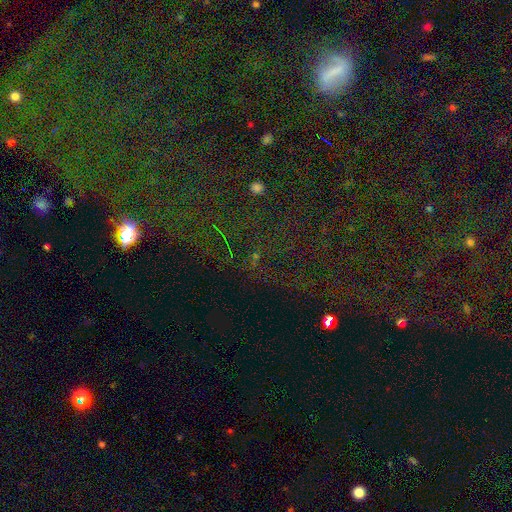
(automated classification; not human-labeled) Smooth or featured?
  - star or artifact: 74% *
  - smooth: 15%
  - featured or disk: 10%